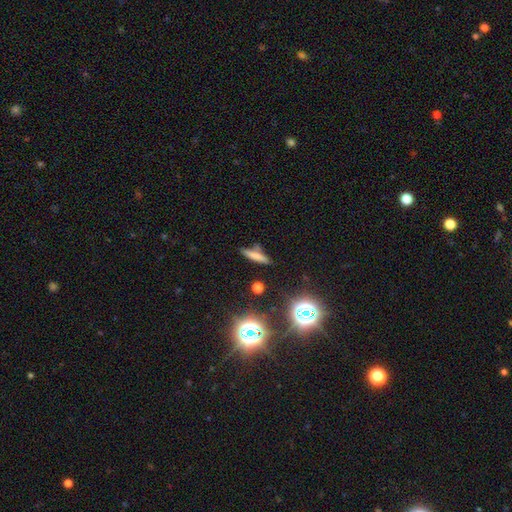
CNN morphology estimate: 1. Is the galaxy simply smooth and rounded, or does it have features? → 64% smooth, 22% featured or disk, 14% star or artifact.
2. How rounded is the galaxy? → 83% cigar-shaped, 14% in between, 3% round.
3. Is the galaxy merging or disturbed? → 75% none, 15% minor disturbance, 7% merger, 4% major disturbance.